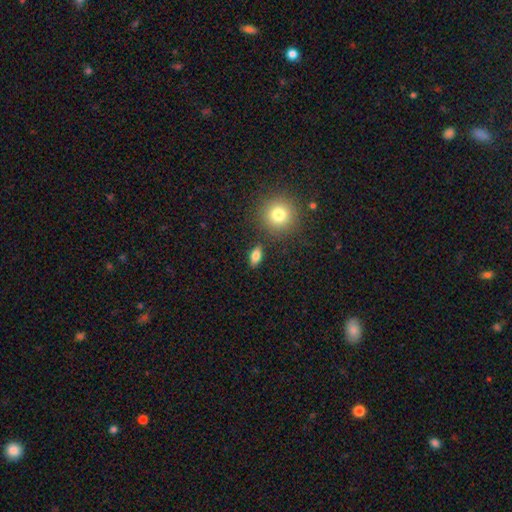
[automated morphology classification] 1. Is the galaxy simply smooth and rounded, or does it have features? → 79% smooth, 11% featured or disk, 10% star or artifact.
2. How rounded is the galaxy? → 81% in between, 10% cigar-shaped, 10% round.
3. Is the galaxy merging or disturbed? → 85% none, 9% minor disturbance, 3% merger, 3% major disturbance.